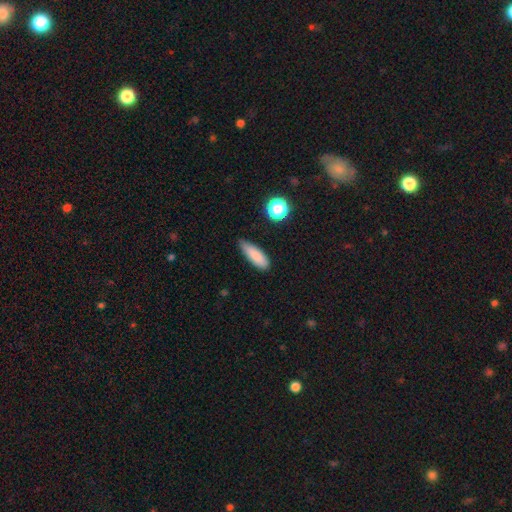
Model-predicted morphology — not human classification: A smooth galaxy with no disk features (85%) that is in between round and cigar-shaped (53%). Merging: none (69%).